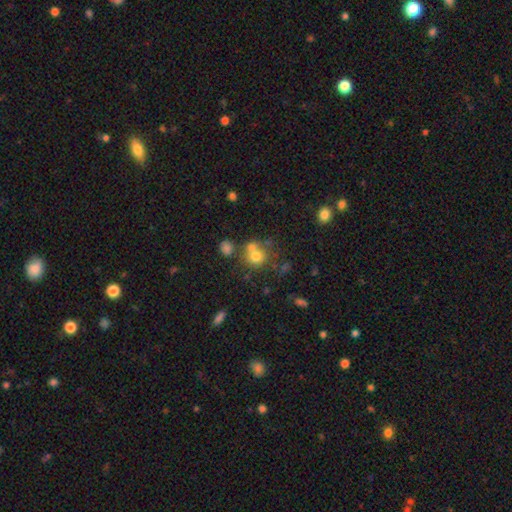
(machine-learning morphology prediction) A smooth galaxy with no disk features (72%) that is round (84%). Merging: none (48%).